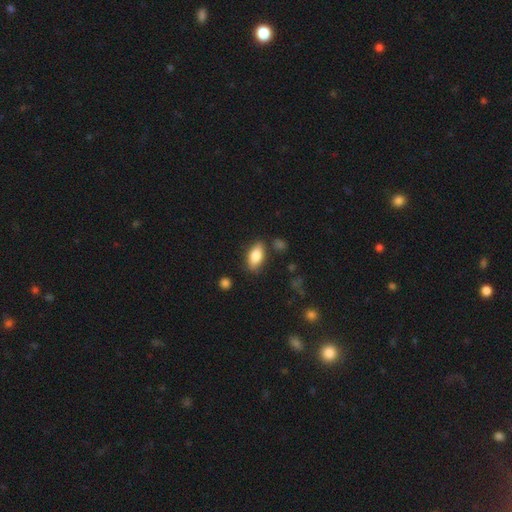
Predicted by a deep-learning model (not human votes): smooth 80%, featured or disk 13%, star or artifact 7%. Down the decision tree: how rounded — in between (87%); merging — none (81%).